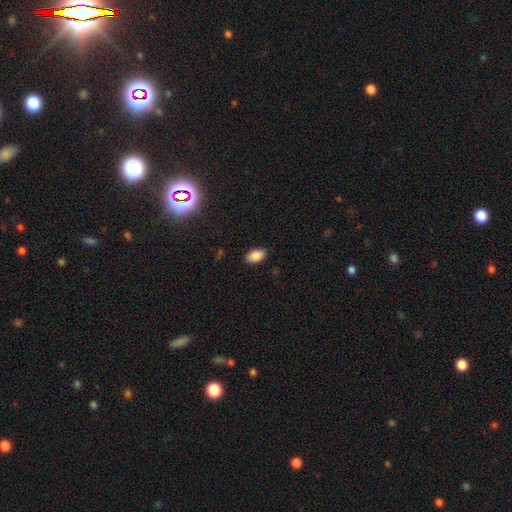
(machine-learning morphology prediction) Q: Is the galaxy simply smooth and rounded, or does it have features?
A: smooth — 87%.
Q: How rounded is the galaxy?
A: in between — 92%.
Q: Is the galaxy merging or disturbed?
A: none — 87%.